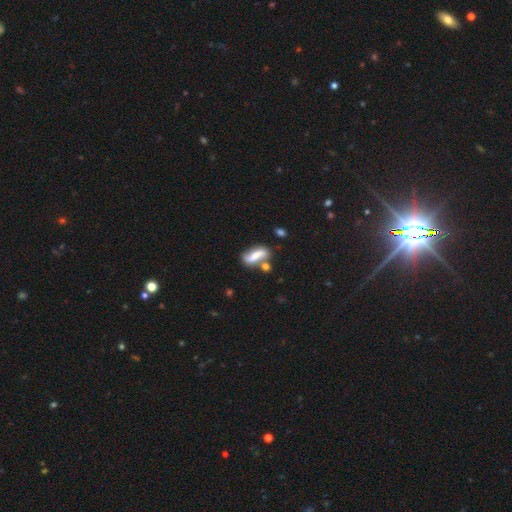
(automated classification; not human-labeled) This appears to be a featured or disk galaxy (47%). Merging: none (54%).